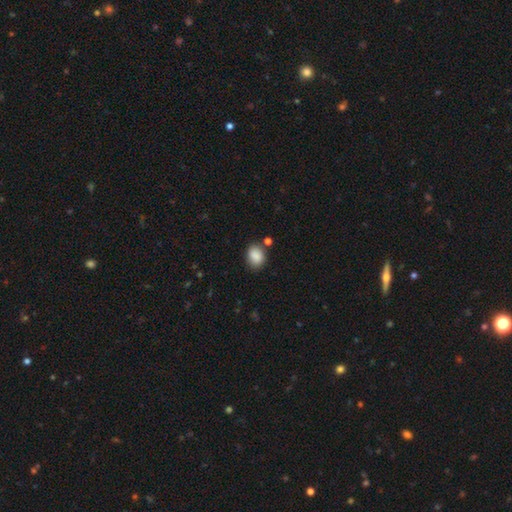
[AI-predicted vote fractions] A smooth galaxy with no disk features (88%) that is in between round and cigar-shaped (60%).

Vote fractions:
- Smooth or featured? smooth: 88% / star or artifact: 8% / featured or disk: 4%
- How rounded? in between: 60% / round: 39% / cigar-shaped: 1%
- Merging? none: 75% / minor disturbance: 15% / merger: 6% / major disturbance: 4%